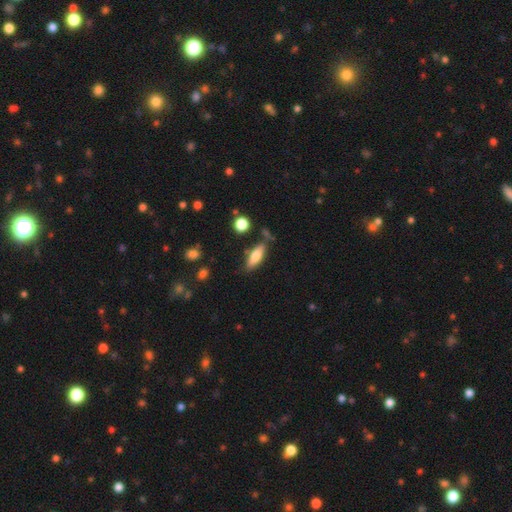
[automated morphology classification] smooth-or-featured: smooth: 73% | featured or disk: 20% | star or artifact: 7%
  how-rounded: in between: 57% | cigar-shaped: 41% | round: 2%
  merging: none: 73% | minor disturbance: 17% | merger: 6% | major disturbance: 4%